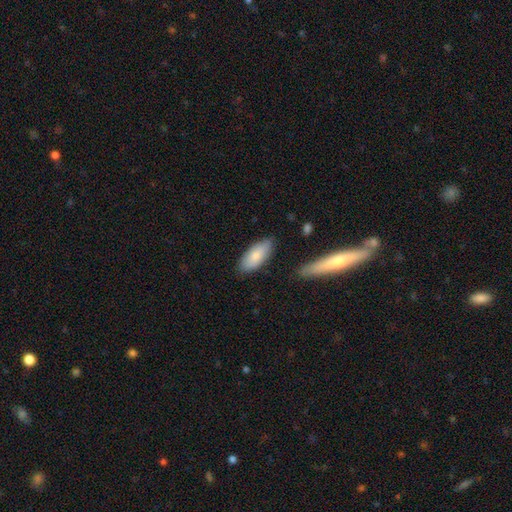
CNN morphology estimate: A smooth galaxy with no disk features (81%) that is in between round and cigar-shaped (86%).

Vote fractions:
- Smooth or featured? smooth: 81% / featured or disk: 13% / star or artifact: 6%
- How rounded? in between: 86% / cigar-shaped: 12% / round: 2%
- Merging? none: 80% / minor disturbance: 14% / major disturbance: 3% / merger: 2%